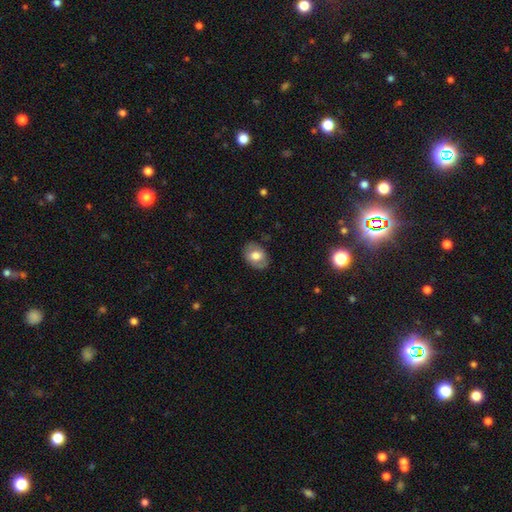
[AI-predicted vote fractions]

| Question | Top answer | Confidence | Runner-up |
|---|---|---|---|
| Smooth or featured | smooth | 68% | featured or disk (25%) |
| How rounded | in between | 72% | round (27%) |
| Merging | none | 82% | minor disturbance (13%) |